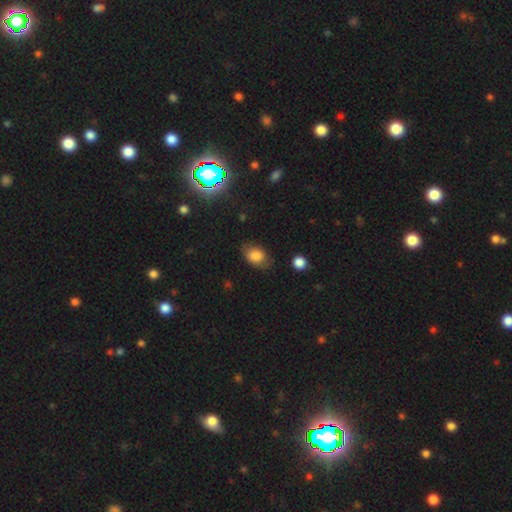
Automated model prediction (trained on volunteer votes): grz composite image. It shows a smooth galaxy with no disk features (79%) that is in between round and cigar-shaped (76%). Merging: none (68%).